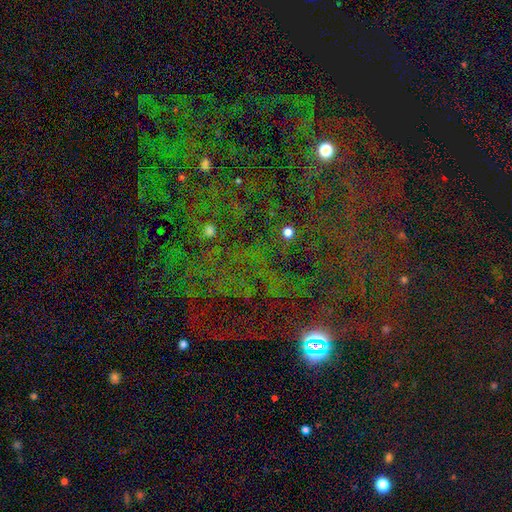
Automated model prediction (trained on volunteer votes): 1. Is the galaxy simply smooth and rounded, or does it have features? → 70% star or artifact, 17% smooth, 13% featured or disk.